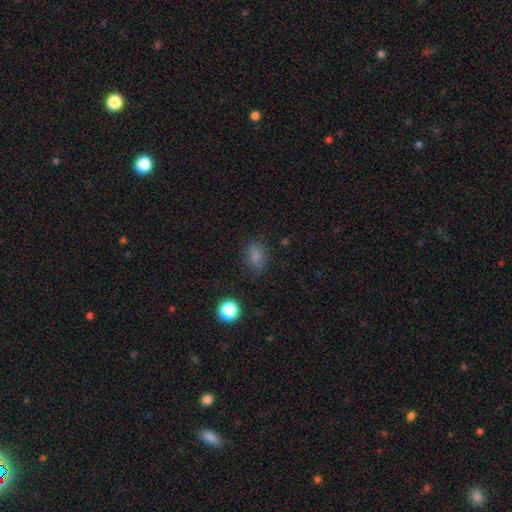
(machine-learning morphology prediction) smooth-or-featured: smooth: 80% | star or artifact: 15% | featured or disk: 5%
  how-rounded: in between: 80% | round: 17% | cigar-shaped: 3%
  merging: none: 79% | minor disturbance: 15% | major disturbance: 4% | merger: 2%